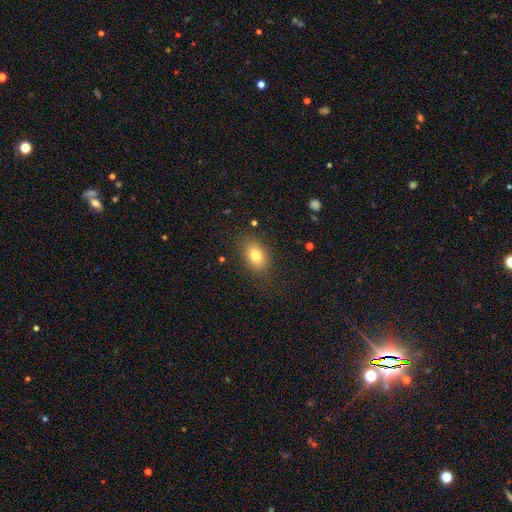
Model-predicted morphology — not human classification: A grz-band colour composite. It shows a smooth galaxy with no disk features (78%) that is in between round and cigar-shaped (81%). Merging: none (83%).